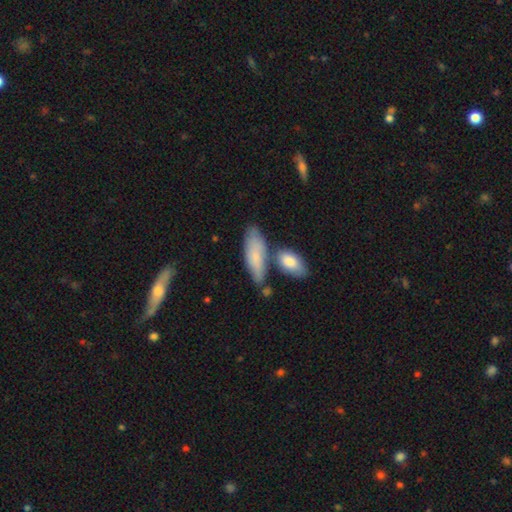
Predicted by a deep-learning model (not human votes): smooth 69%, featured or disk 25%, star or artifact 6%. Down the decision tree: how rounded — in between (68%); merging — none (57%).